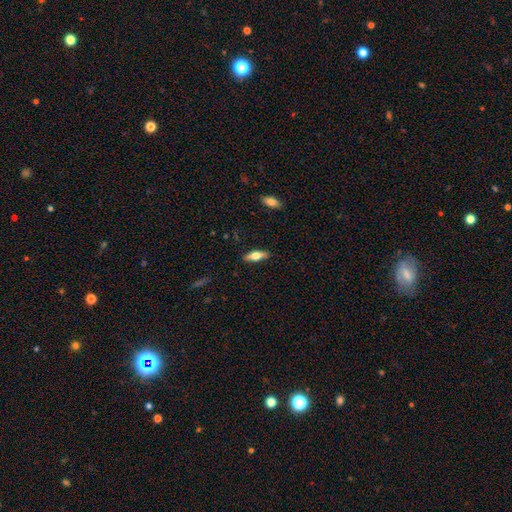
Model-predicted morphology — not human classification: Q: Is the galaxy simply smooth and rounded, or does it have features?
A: smooth — 64%.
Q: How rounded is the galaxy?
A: in between — 63%.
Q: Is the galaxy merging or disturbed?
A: none — 86%.